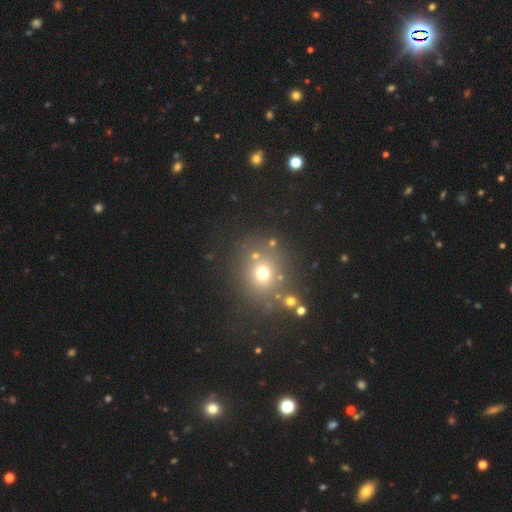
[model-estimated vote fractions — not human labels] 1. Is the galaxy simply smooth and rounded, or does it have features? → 63% smooth, 25% star or artifact, 11% featured or disk.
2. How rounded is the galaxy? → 81% round, 18% in between, 1% cigar-shaped.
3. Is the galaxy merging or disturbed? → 77% none, 10% minor disturbance, 8% merger, 5% major disturbance.